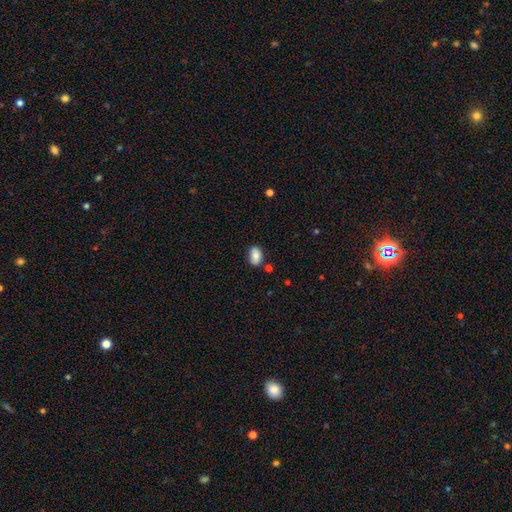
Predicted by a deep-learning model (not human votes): This is clearly a smooth galaxy (83%). How rounded: clearly in between (86%). Merging: likely none (78%).